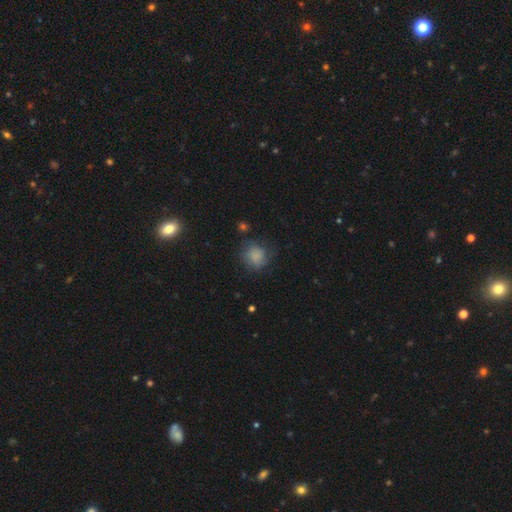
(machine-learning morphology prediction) Smooth or featured? Predicted: smooth (p=0.76). How rounded? Predicted: round (p=0.82). Merging? Predicted: none (p=0.63).